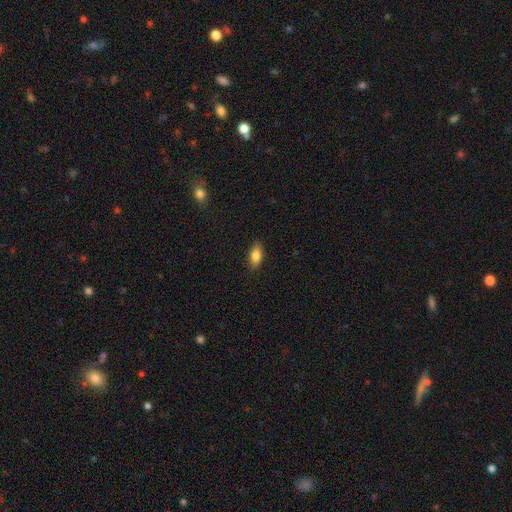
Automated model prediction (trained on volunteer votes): A smooth galaxy with no disk features (84%) that is in between round and cigar-shaped (88%).

Vote fractions:
- Smooth or featured? smooth: 84% / featured or disk: 9% / star or artifact: 7%
- How rounded? in between: 88% / cigar-shaped: 8% / round: 4%
- Merging? none: 88% / minor disturbance: 9% / major disturbance: 2% / merger: 1%